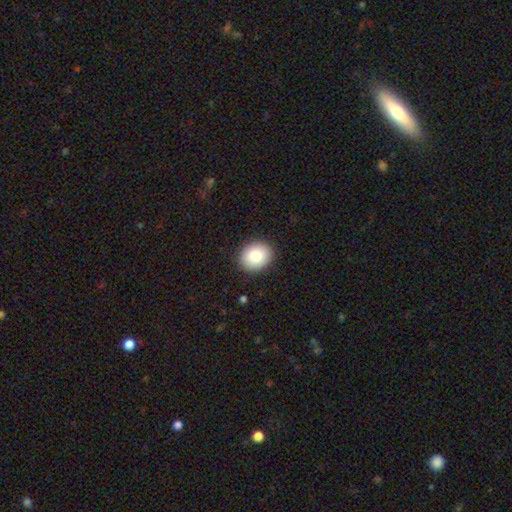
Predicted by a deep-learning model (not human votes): This appears to be a smooth galaxy with no disk features (82%) that is round (66%). Merging: none (90%).